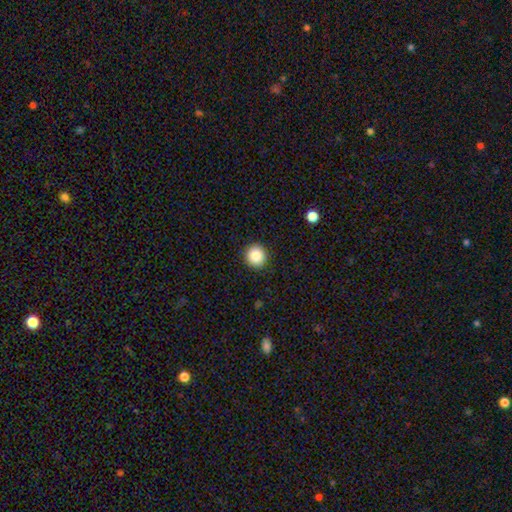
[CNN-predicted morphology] Q: Smooth or featured?
A: smooth (87%); runner-up: star or artifact (9%)
Q: How rounded?
A: round (94%); runner-up: in between (5%)
Q: Merging?
A: none (92%); runner-up: minor disturbance (5%)